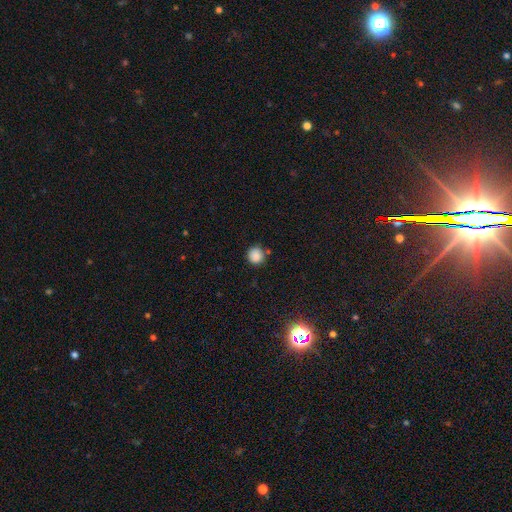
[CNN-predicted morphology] smooth 86%, star or artifact 11%, featured or disk 3%. Down the decision tree: how rounded — round (92%); merging — none (81%).